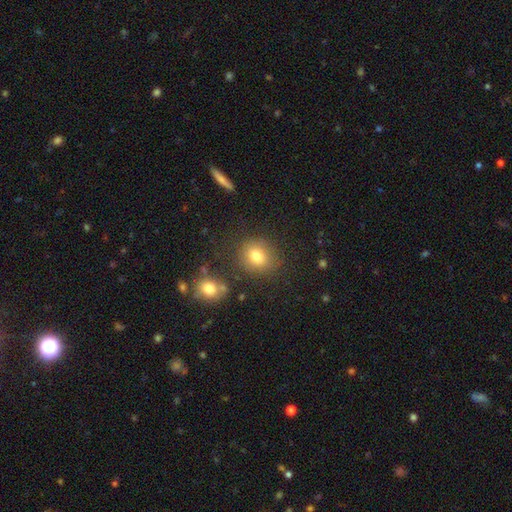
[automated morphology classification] Smooth or featured? smooth (78%)
How rounded? round (75%)
Merging? none (79%)